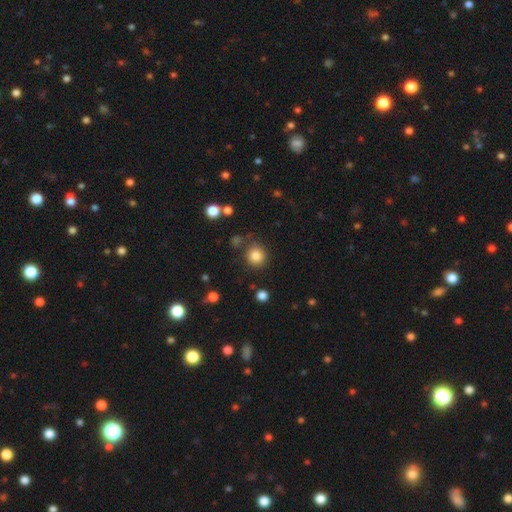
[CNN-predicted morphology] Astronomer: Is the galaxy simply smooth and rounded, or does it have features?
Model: smooth — 84%.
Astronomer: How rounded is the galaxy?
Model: round — 91%.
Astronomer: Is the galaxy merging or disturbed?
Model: none — 81%.